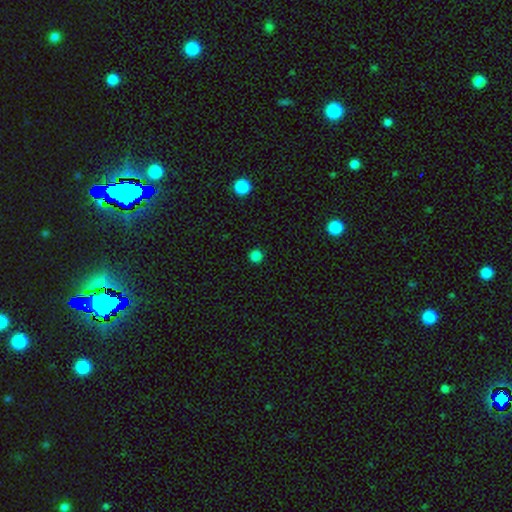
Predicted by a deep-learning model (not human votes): This is clearly a smooth galaxy (83%). How rounded: clearly round (95%). Merging: clearly none (92%).